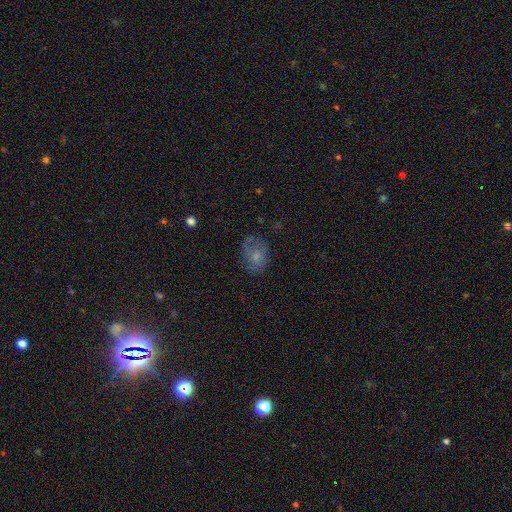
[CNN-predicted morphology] Smooth or featured: smooth — 61% (featured or disk — 28%)
How rounded: in between — 66% (round — 33%)
Merging: none — 62% (minor disturbance — 25%)